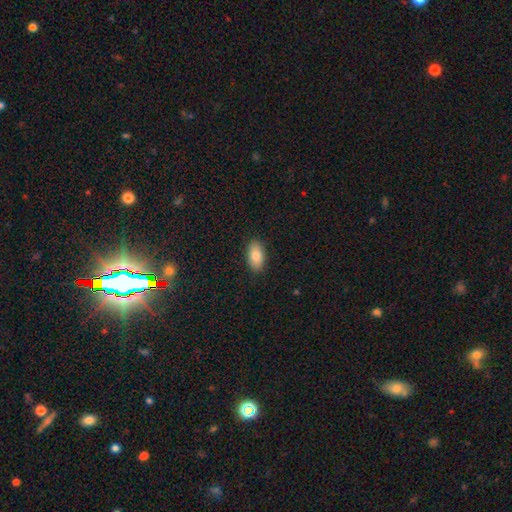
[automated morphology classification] Smooth or featured? Predicted: smooth (p=0.83). How rounded? Predicted: in between (p=0.93). Merging? Predicted: none (p=0.89).